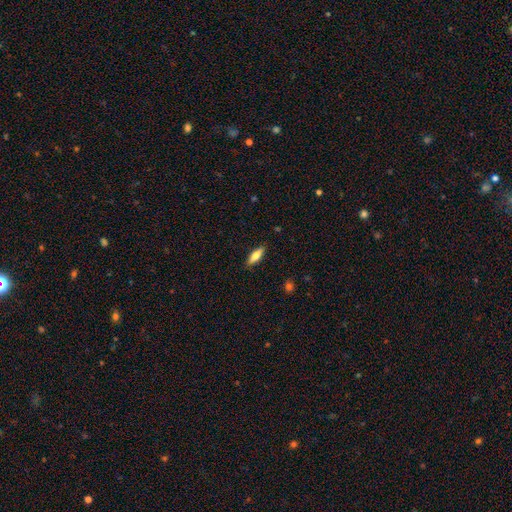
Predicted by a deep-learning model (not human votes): A smooth galaxy with no disk features (71%) that is in between round and cigar-shaped (54%).

Vote fractions:
- Smooth or featured? smooth: 71% / featured or disk: 23% / star or artifact: 6%
- How rounded? in between: 54% / cigar-shaped: 44% / round: 2%
- Merging? none: 88% / minor disturbance: 9% / major disturbance: 2% / merger: 1%